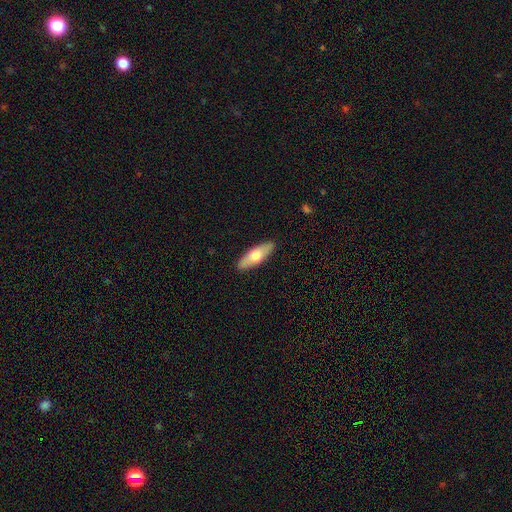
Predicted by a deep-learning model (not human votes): Smooth or featured? smooth (61%)
How rounded? in between (58%)
Merging? none (90%)